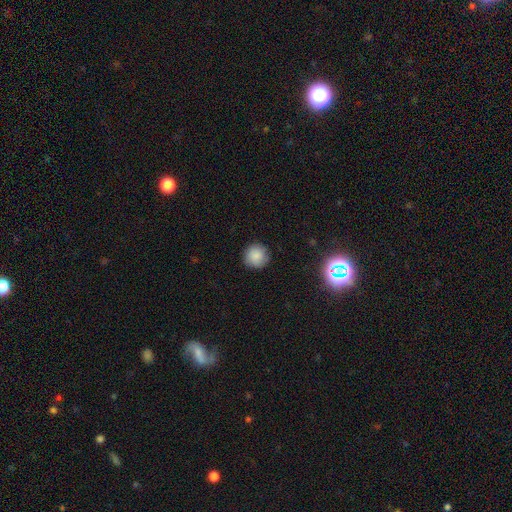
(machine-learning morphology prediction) Smooth or featured? Predicted: smooth (p=0.85). How rounded? Predicted: round (p=0.95). Merging? Predicted: none (p=0.89).